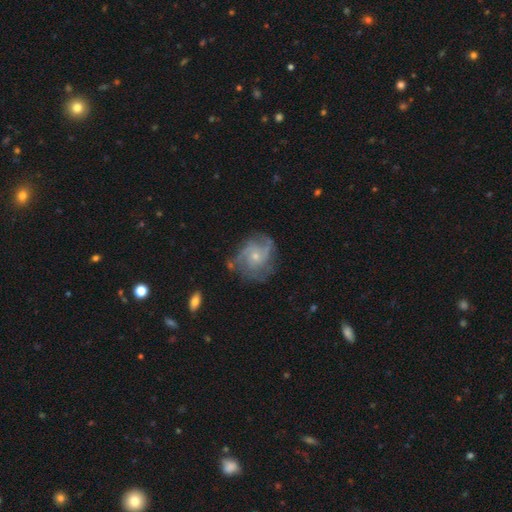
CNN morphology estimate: This appears to be a featured or disk galaxy (81%) with no bar (76%), 3 (30%) medium (44%) spiral arms (93%) and a small central bulge (68%). Merging: none (65%).